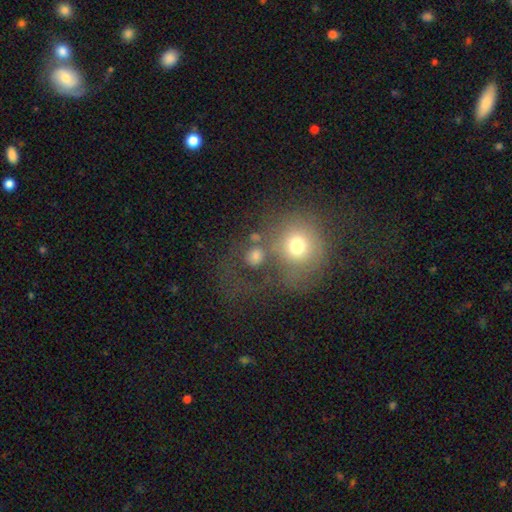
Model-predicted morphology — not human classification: The model was most divided on "merging": none: 38%, merger: 32%, major disturbance: 18%, minor disturbance: 12%. More confident: how rounded — round (78%); smooth or featured — smooth (65%).